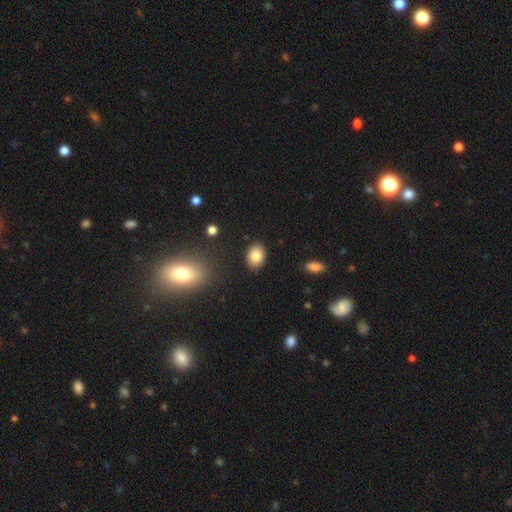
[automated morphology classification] Smooth or featured? smooth (82%)
How rounded? in between (70%)
Merging? none (88%)